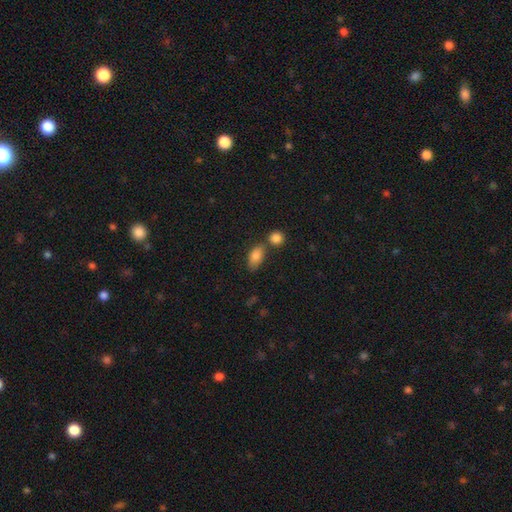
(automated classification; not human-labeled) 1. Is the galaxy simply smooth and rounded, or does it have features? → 85% smooth, 8% star or artifact, 8% featured or disk.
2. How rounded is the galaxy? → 87% in between, 7% round, 6% cigar-shaped.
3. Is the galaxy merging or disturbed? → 56% none, 23% merger, 16% minor disturbance, 5% major disturbance.